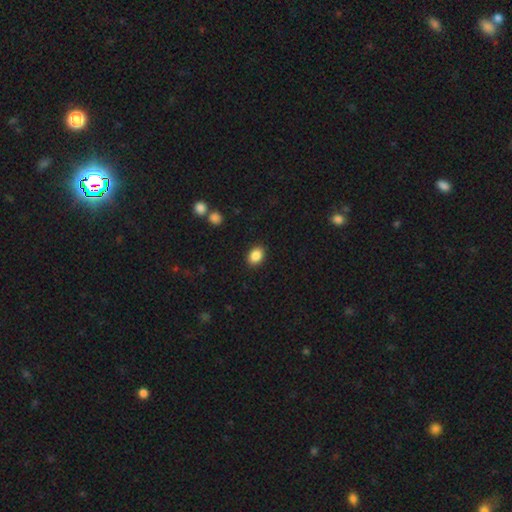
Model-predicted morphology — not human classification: Smooth or featured?
  - smooth: 88% *
  - star or artifact: 8%
  - featured or disk: 4%
How rounded?
  - in between: 72% *
  - round: 27%
  - cigar-shaped: 1%
Merging?
  - none: 89% *
  - minor disturbance: 8%
  - major disturbance: 2%
  - merger: 1%